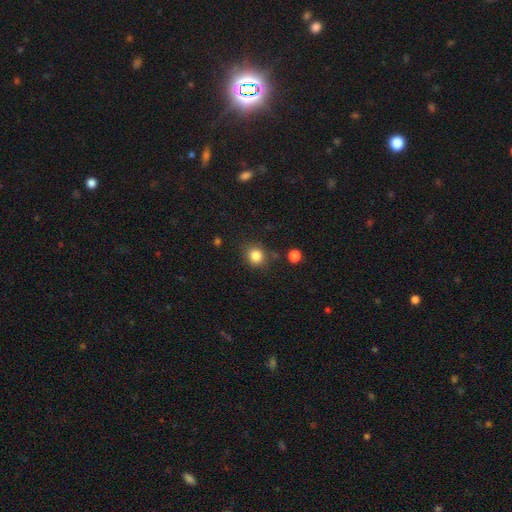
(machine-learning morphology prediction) This is clearly a smooth galaxy (83%). How rounded: clearly round (82%). Merging: clearly none (82%).